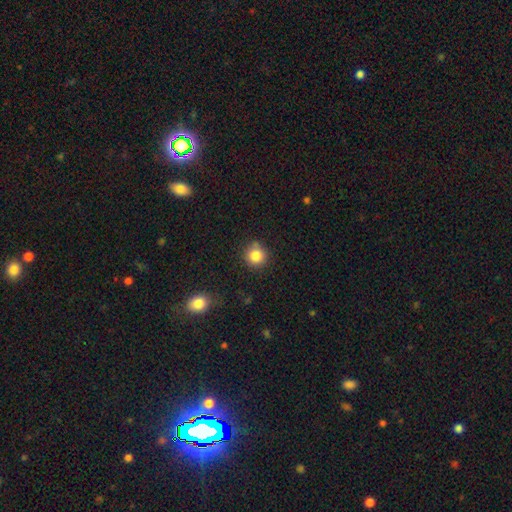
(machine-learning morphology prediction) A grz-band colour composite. It shows a smooth galaxy with no disk features (83%) that is round (91%). Merging: none (78%).